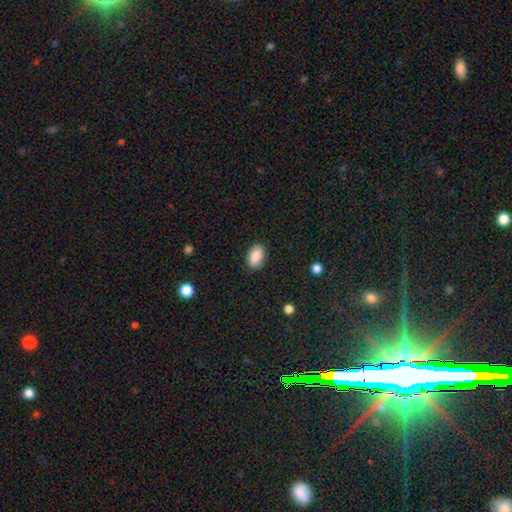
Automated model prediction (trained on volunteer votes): Smooth or featured? Predicted: smooth (p=0.86). How rounded? Predicted: in between (p=0.90). Merging? Predicted: none (p=0.87).